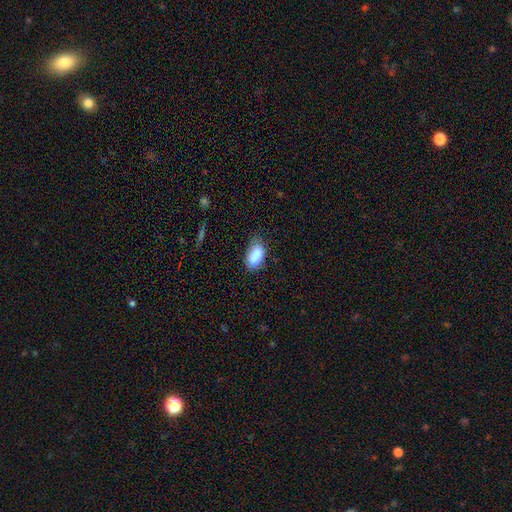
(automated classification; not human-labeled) Smooth or featured? Predicted: smooth (p=0.83). How rounded? Predicted: in between (p=0.91). Merging? Predicted: none (p=0.54).